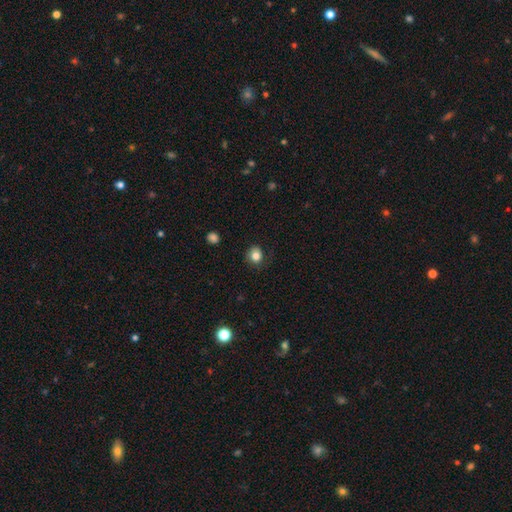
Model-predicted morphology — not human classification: Smooth or featured? smooth (83%)
How rounded? round (76%)
Merging? none (79%)